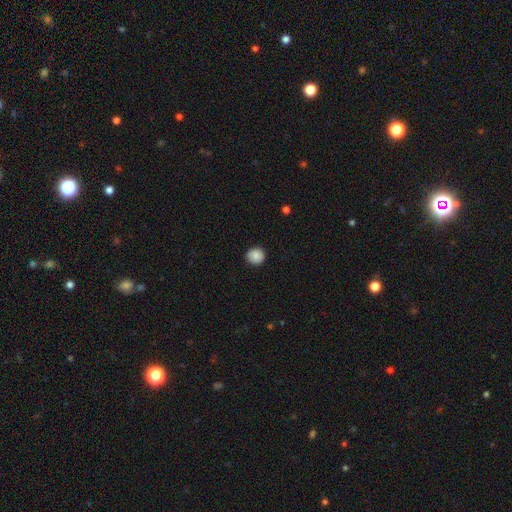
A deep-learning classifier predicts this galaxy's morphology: Smooth or featured?
  - smooth: 85% *
  - star or artifact: 8%
  - featured or disk: 6%
How rounded?
  - round: 90% *
  - in between: 9%
  - cigar-shaped: 1%
Merging?
  - none: 88% *
  - minor disturbance: 9%
  - major disturbance: 2%
  - merger: 1%